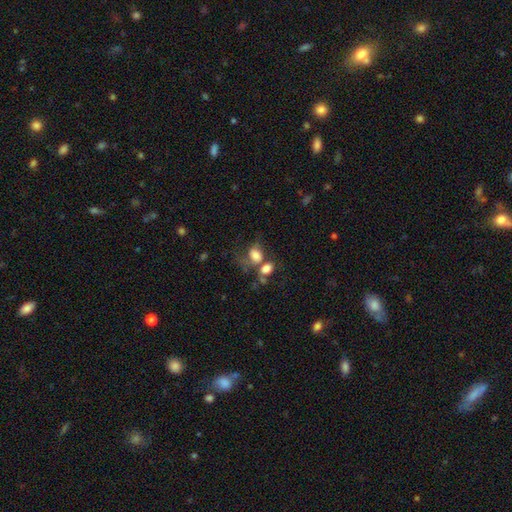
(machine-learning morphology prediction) This is likely a smooth galaxy (75%). How rounded: likely in between (67%). Merging: marginally merger (44%).